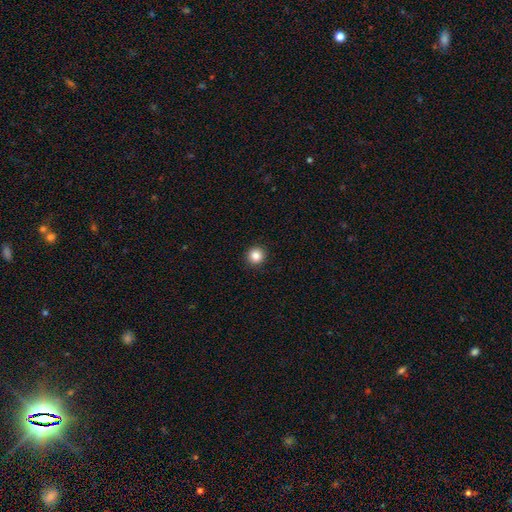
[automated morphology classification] Q: Smooth or featured?
A: smooth (85%); runner-up: star or artifact (10%)
Q: How rounded?
A: round (94%); runner-up: in between (5%)
Q: Merging?
A: none (93%); runner-up: minor disturbance (4%)